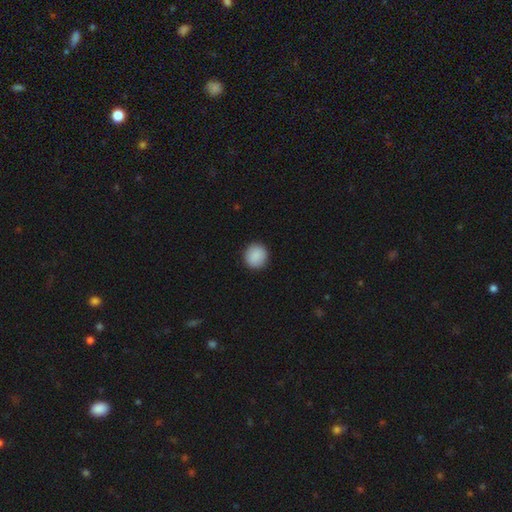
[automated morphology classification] smooth 90%, star or artifact 7%, featured or disk 3%. Down the decision tree: how rounded — round (91%); merging — none (92%).